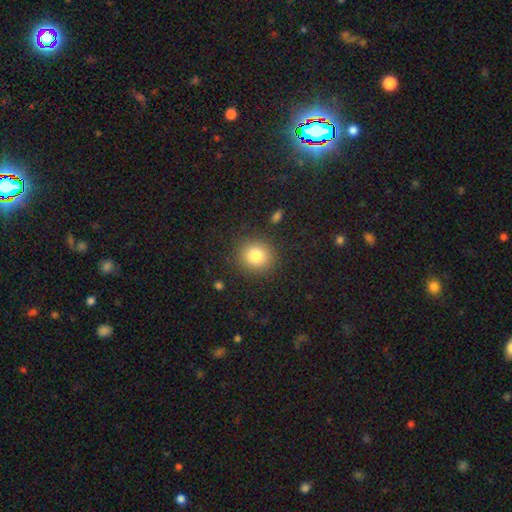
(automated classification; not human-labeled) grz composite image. It shows a smooth galaxy with no disk features (80%) that is round (89%). Merging: none (89%).